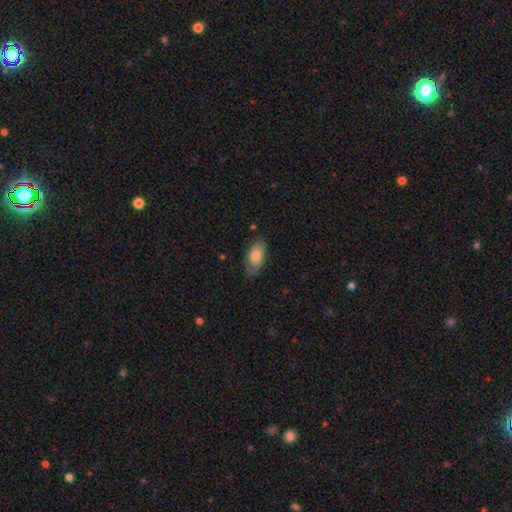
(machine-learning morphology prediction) This is likely a smooth galaxy (77%). How rounded: clearly in between (91%). Merging: likely none (74%).